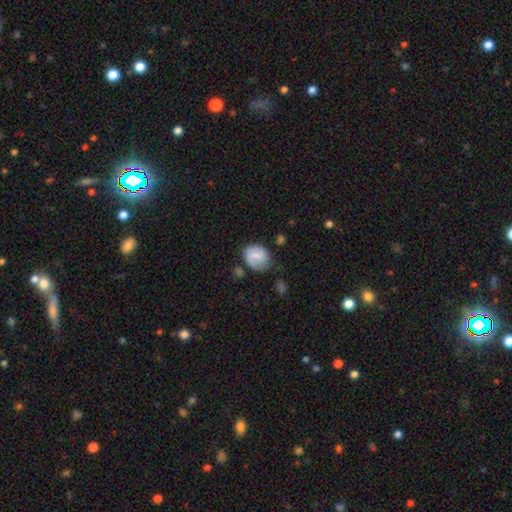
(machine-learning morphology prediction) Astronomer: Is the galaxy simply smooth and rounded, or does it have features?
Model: smooth — 66%.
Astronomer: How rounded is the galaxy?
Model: round — 60% (runner-up: in between, 39%).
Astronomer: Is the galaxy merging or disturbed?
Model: none — 55%.